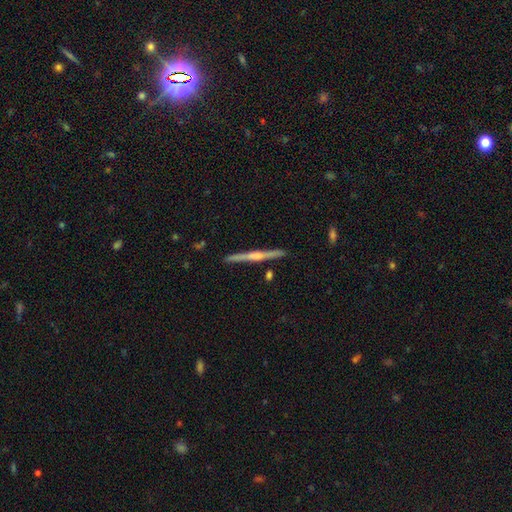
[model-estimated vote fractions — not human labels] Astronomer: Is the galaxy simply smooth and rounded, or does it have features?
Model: featured or disk — 71%.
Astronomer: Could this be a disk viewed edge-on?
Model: yes — 97%.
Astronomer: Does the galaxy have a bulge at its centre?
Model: rounded — 74%.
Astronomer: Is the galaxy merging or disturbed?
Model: none — 87%.